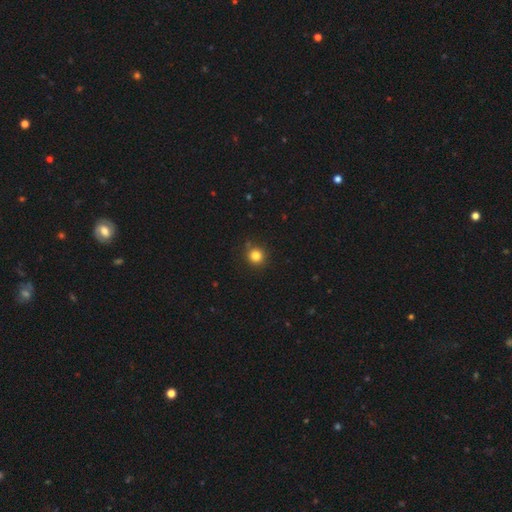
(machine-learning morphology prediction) Smooth or featured? Predicted: smooth (p=0.83). How rounded? Predicted: round (p=0.93). Merging? Predicted: none (p=0.88).